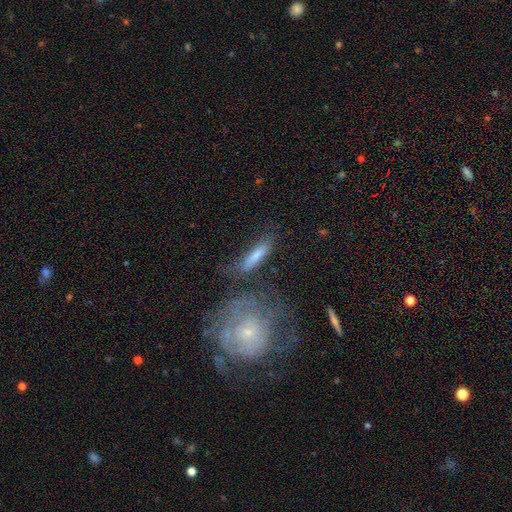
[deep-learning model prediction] Smooth or featured: smooth — 52% (featured or disk — 39%)
How rounded: cigar-shaped — 71% (in between — 24%)
Merging: none — 63% (minor disturbance — 18%)